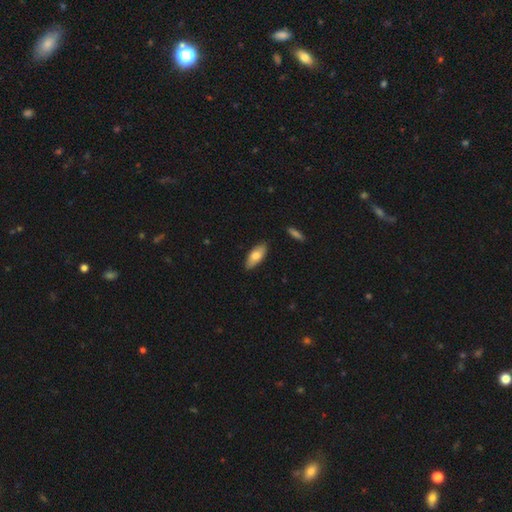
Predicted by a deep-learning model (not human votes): smooth 76%, featured or disk 19%, star or artifact 6%. Down the decision tree: how rounded — in between (82%); merging — none (86%).